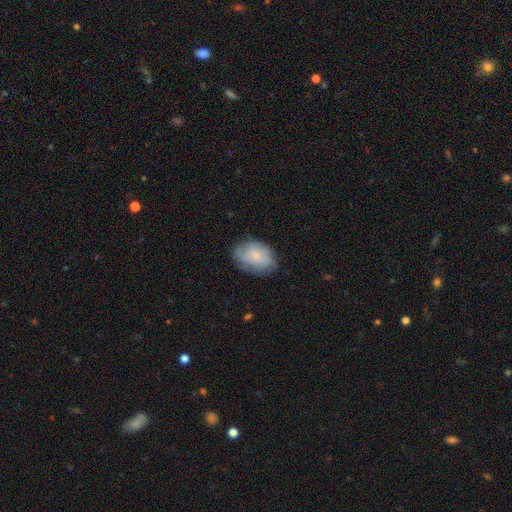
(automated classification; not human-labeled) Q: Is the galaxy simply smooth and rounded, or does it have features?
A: smooth — 62%.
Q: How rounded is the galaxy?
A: in between — 82%.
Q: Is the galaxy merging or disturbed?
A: none — 68%.